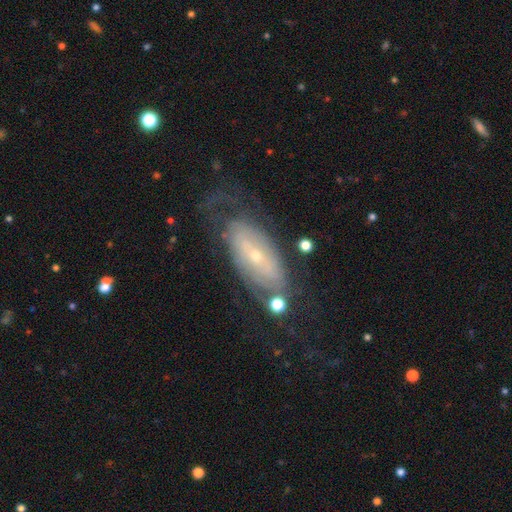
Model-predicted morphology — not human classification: The model was most divided on "spiral arms": yes: 64%, no: 36%. More confident: edge-on disk — no (86%); bulge size — small (74%); smooth or featured — featured or disk (69%); bar — no (67%); merging — none (53%).